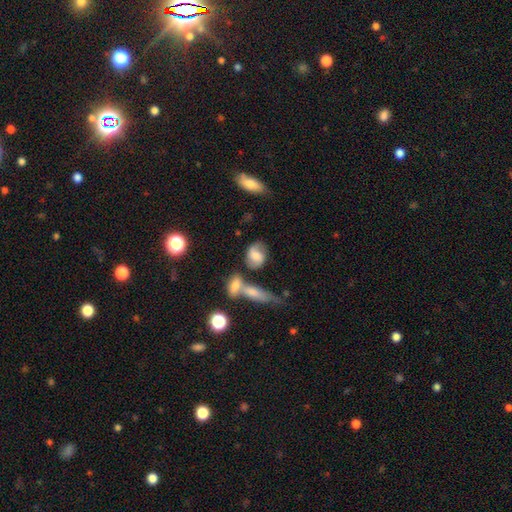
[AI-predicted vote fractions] smooth 54%, featured or disk 38%, star or artifact 8%. Down the decision tree: how rounded — in between (65%); merging — none (60%).